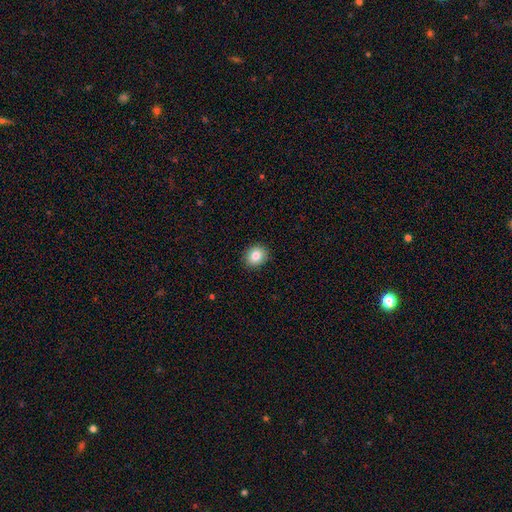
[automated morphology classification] smooth-or-featured: smooth: 83% | star or artifact: 9% | featured or disk: 7%
  how-rounded: round: 70% | in between: 29% | cigar-shaped: 1%
  merging: none: 91% | minor disturbance: 6% | major disturbance: 2% | merger: 1%